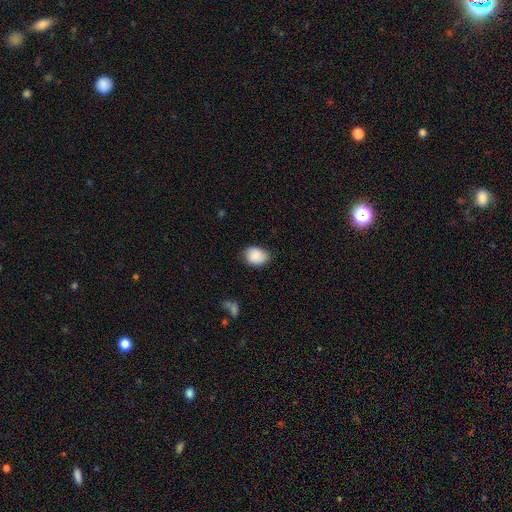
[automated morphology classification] This appears to be a smooth galaxy with no disk features (86%) that is in between round and cigar-shaped (64%). Merging: none (72%).